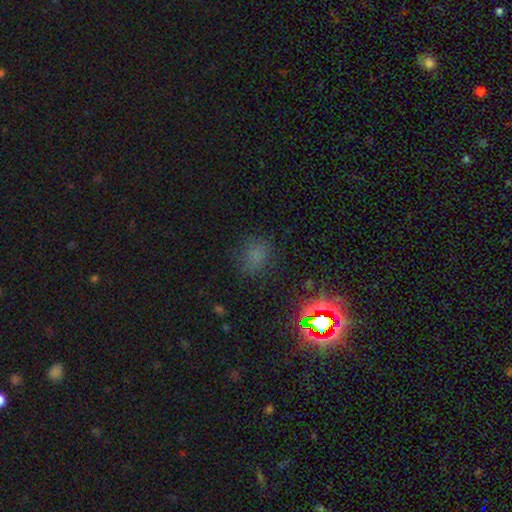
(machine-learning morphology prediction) Overall: smooth (57%; star or artifact 34%). How rounded: in between (52%; round 45%). Merging: none (73%).